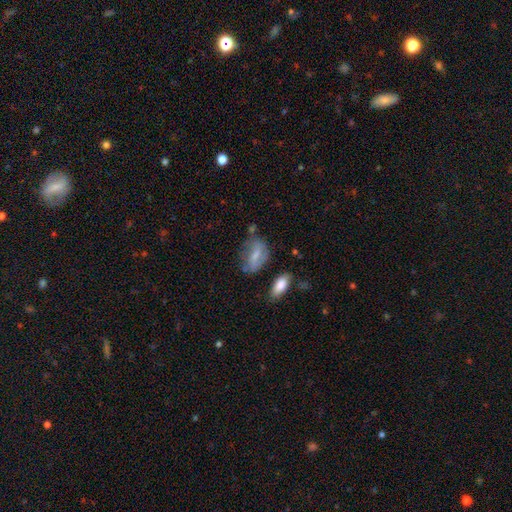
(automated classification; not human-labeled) The model was most divided on "smooth or featured": smooth: 56%, featured or disk: 36%, star or artifact: 8%. More confident: how rounded — in between (81%); merging — none (52%).